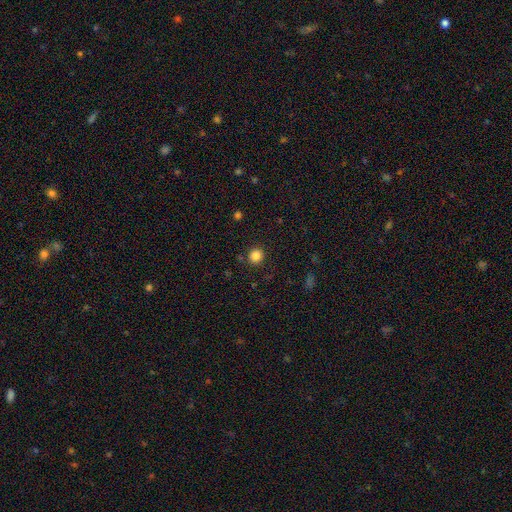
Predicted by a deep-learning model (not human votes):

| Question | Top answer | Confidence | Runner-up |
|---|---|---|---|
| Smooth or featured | smooth | 85% | star or artifact (12%) |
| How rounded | round | 89% | in between (10%) |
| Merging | none | 90% | minor disturbance (6%) |